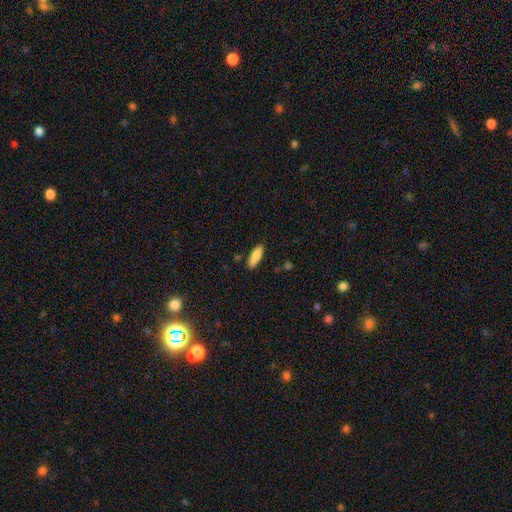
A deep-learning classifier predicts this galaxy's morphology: smooth_or_featured: smooth (p=0.84) [alt: featured or disk p=0.10]
how_rounded: cigar-shaped (p=0.52) [alt: in between p=0.46]
merging: none (p=0.87) [alt: minor disturbance p=0.09]